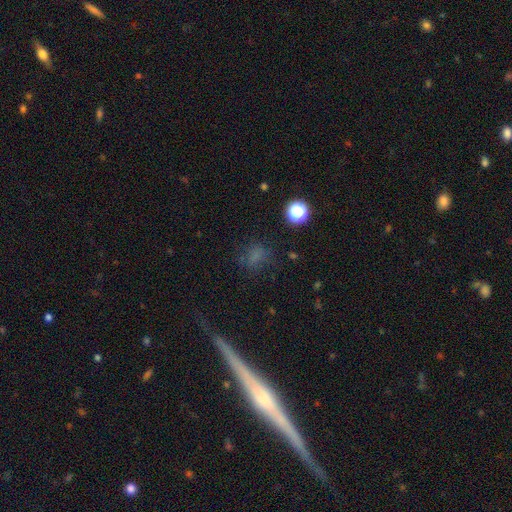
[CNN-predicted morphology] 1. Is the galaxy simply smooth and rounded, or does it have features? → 58% smooth, 30% star or artifact, 12% featured or disk.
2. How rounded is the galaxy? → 55% round, 41% in between, 4% cigar-shaped.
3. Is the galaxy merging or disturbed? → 66% none, 17% minor disturbance, 14% major disturbance, 4% merger.